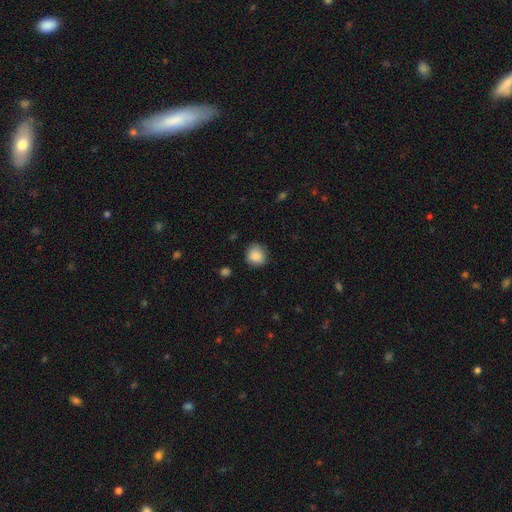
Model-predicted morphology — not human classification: smooth 87%, star or artifact 8%, featured or disk 4%. Down the decision tree: how rounded — round (83%); merging — none (82%).